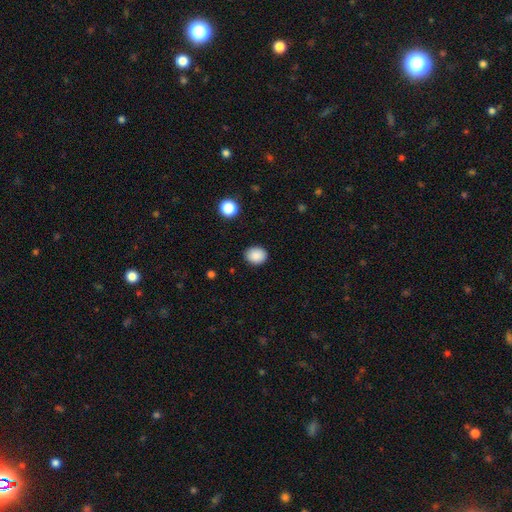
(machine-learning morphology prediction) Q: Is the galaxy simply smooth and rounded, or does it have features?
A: smooth — 87%.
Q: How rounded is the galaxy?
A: round — 62%.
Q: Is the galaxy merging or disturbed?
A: none — 88%.